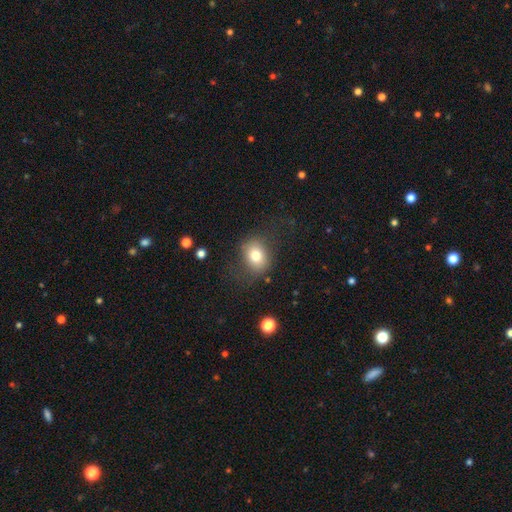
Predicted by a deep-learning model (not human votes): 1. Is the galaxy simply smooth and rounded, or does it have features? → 76% smooth, 14% featured or disk, 10% star or artifact.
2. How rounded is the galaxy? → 51% round, 48% in between, 1% cigar-shaped.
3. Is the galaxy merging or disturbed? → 65% none, 18% minor disturbance, 15% major disturbance, 2% merger.